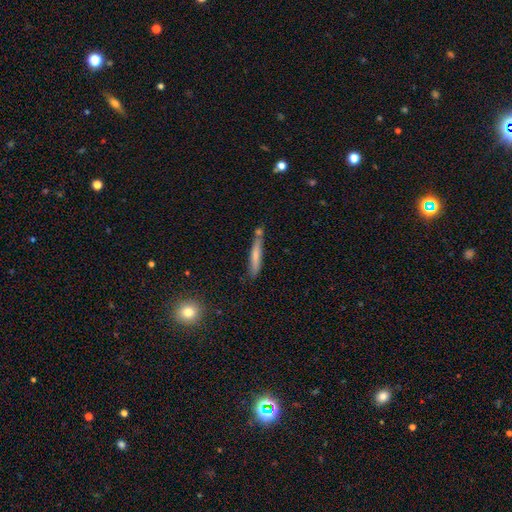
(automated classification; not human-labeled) Smooth or featured: smooth — 66% (featured or disk — 27%)
How rounded: cigar-shaped — 92% (in between — 6%)
Merging: none — 68% (minor disturbance — 17%)